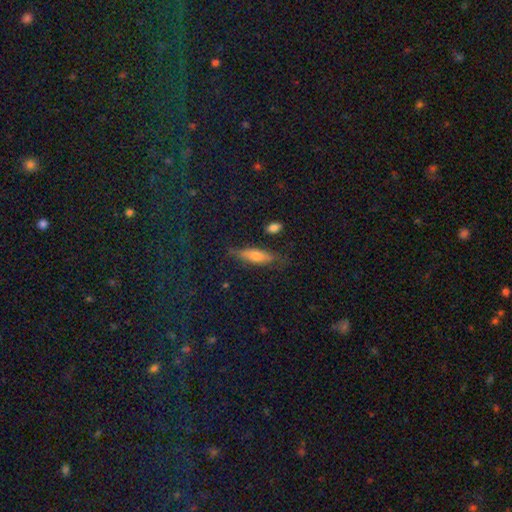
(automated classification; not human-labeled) Smooth or featured? Predicted: smooth (p=0.63). How rounded? Predicted: cigar-shaped (p=0.55). Merging? Predicted: none (p=0.70).